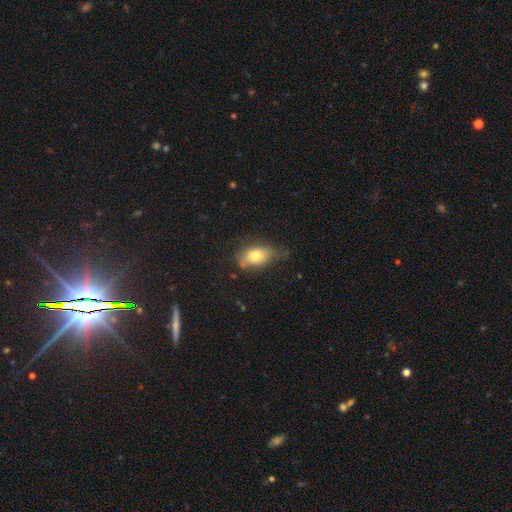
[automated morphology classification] Overall: smooth (75%). How rounded: in between (85%). Merging: none (58%; minor disturbance 30%).